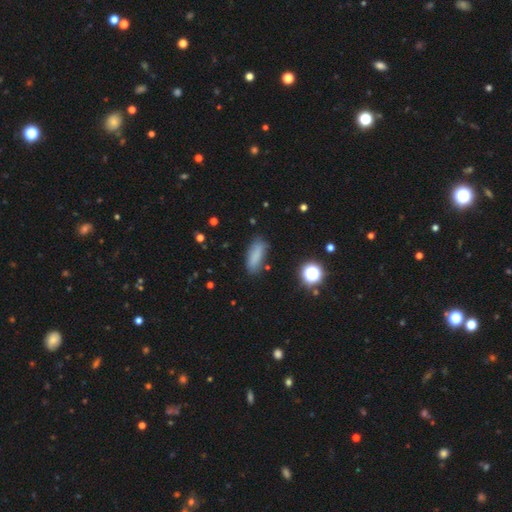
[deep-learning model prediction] smooth 78%, star or artifact 11%, featured or disk 10%. Down the decision tree: how rounded — in between (64%); merging — none (74%).